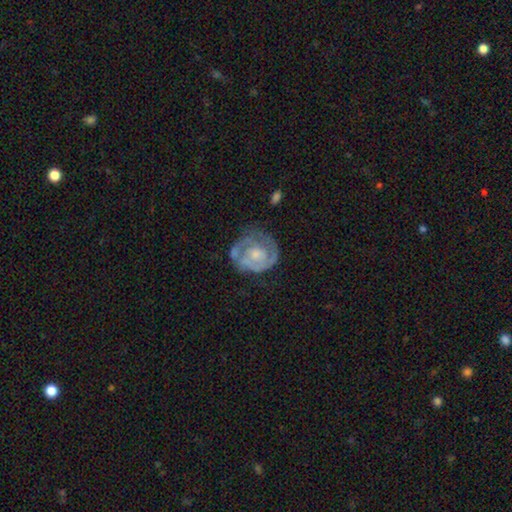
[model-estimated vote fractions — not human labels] The model was most divided on "bulge size": moderate: 43%, small: 36%, none: 12%, large: 8%, dominant: 2%. Remaining: edge-on disk — no (98%); spiral arms — yes (80%); bar — no (76%); smooth or featured — featured or disk (75%); spiral winding — tight (63%); merging — none (58%); spiral arm count — 2 (37%).